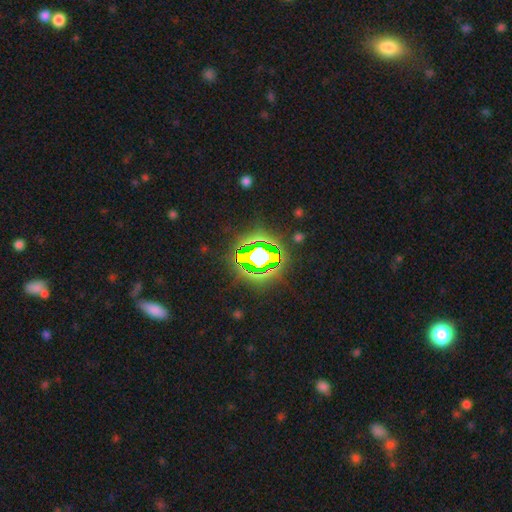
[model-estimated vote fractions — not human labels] smooth-or-featured: star or artifact: 74% | smooth: 14% | featured or disk: 12%